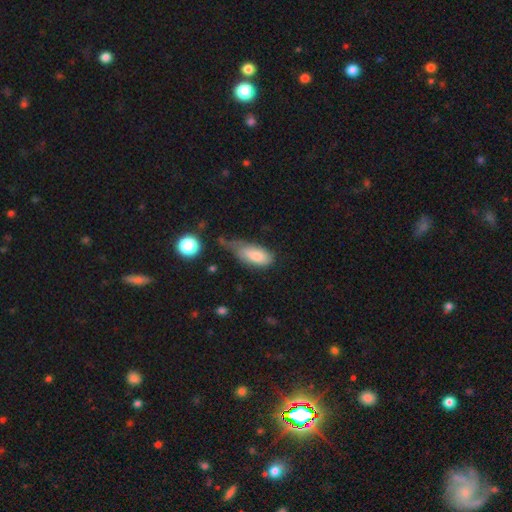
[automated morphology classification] type=smooth (79%); roundness=in between (85%); merging=minor disturbance (39%).